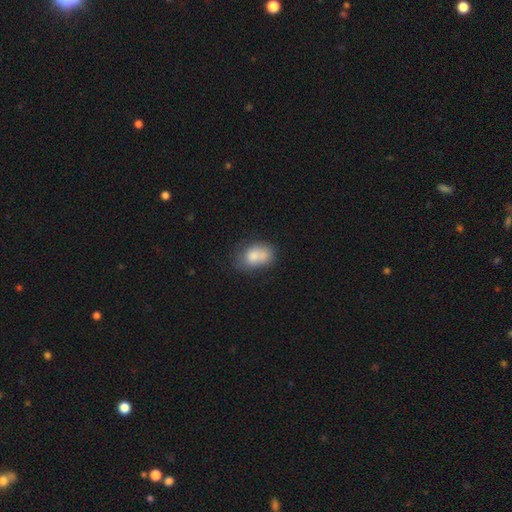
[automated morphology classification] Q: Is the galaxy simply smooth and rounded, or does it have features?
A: smooth — 76%.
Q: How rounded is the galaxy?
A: in between — 77%.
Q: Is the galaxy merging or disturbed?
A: none — 40%.